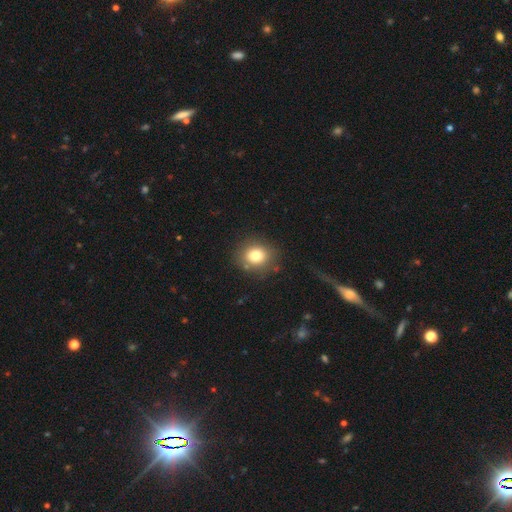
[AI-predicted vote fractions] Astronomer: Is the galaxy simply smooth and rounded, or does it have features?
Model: smooth — 78%.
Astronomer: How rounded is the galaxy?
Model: round — 72%.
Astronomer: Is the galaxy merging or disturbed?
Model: none — 81%.